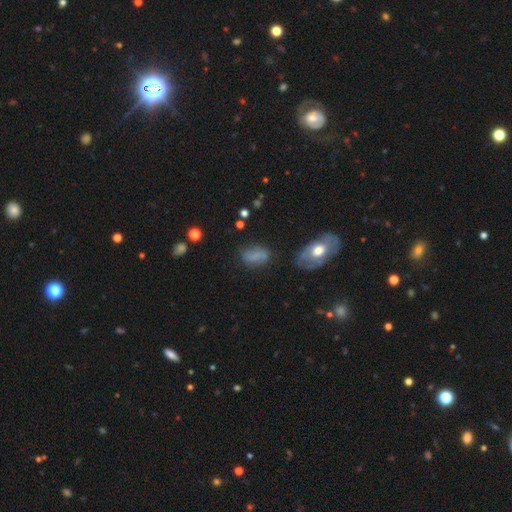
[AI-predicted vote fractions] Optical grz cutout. It shows a smooth galaxy with no disk features (70%) that is in between round and cigar-shaped (84%). Merging: none (66%).